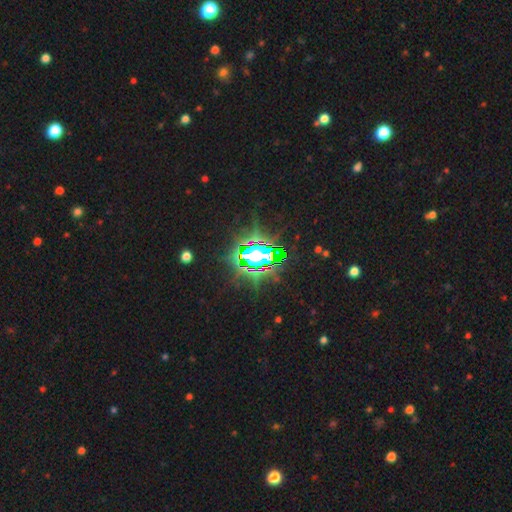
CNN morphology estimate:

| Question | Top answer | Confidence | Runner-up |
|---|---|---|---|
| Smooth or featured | star or artifact | 80% | featured or disk (10%) |